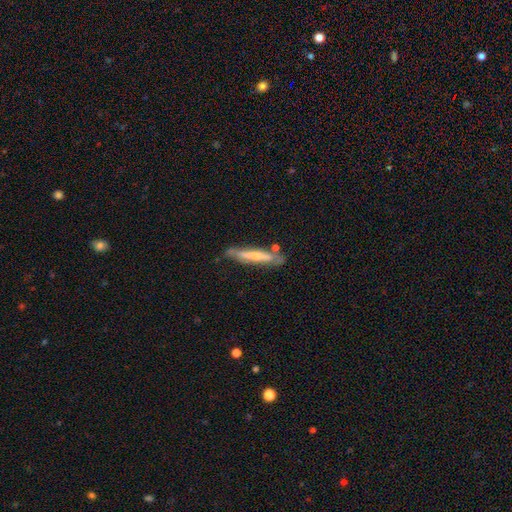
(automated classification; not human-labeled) This appears to be a featured or disk galaxy (48%). Merging: none (66%).